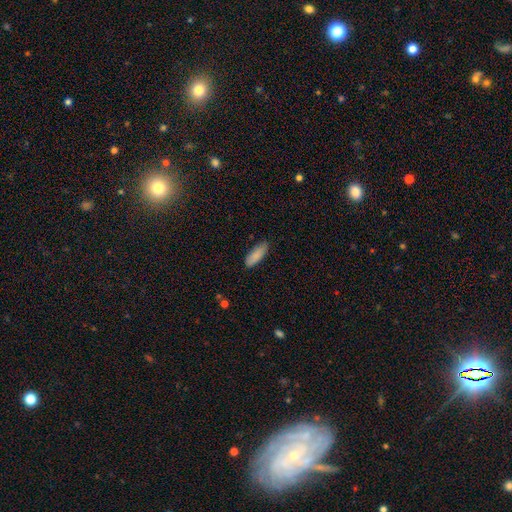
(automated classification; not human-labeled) Morphology: type=smooth (87%); roundness=in between (66%); merging=none (83%).